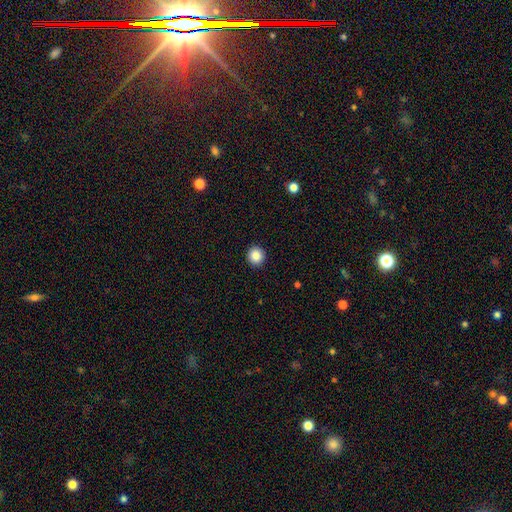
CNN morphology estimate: Smooth or featured?
  - smooth: 88% *
  - star or artifact: 9%
  - featured or disk: 3%
How rounded?
  - round: 92% *
  - in between: 7%
  - cigar-shaped: 1%
Merging?
  - none: 93% *
  - minor disturbance: 5%
  - major disturbance: 2%
  - merger: 1%